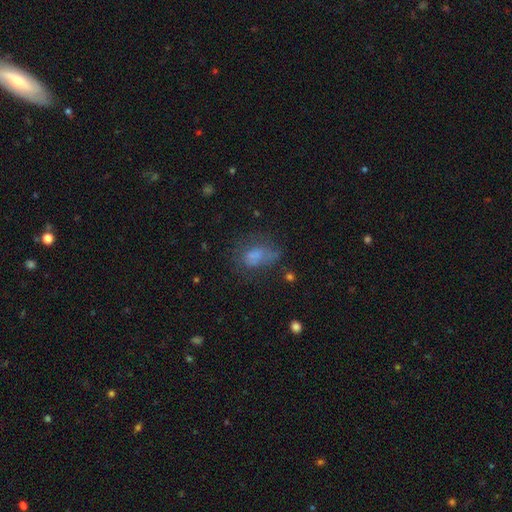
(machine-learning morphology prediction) Smooth or featured? Predicted: smooth (p=0.63). How rounded? Predicted: in between (p=0.80). Merging? Predicted: none (p=0.41).